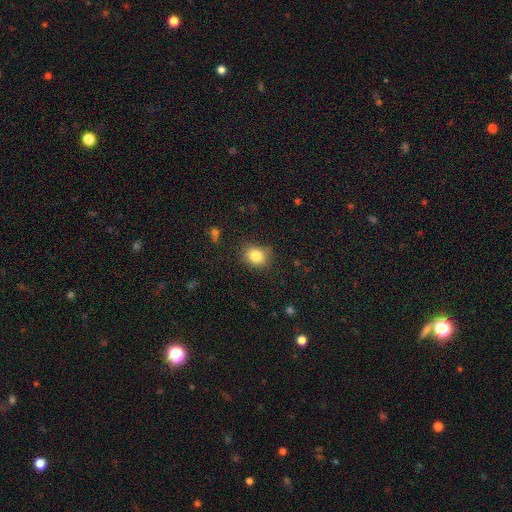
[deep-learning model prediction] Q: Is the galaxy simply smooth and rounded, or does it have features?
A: smooth — 83%.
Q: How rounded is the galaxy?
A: round — 60%.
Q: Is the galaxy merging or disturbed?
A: none — 79%.